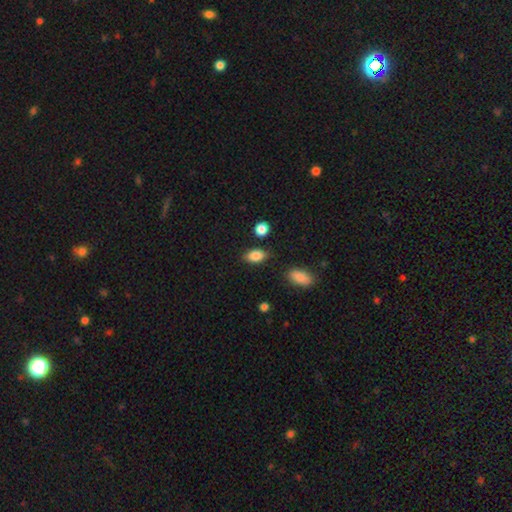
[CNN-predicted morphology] A smooth galaxy with no disk features (86%) that is in between round and cigar-shaped (88%).

Vote fractions:
- Smooth or featured? smooth: 86% / star or artifact: 8% / featured or disk: 6%
- How rounded? in between: 88% / round: 9% / cigar-shaped: 3%
- Merging? none: 81% / minor disturbance: 12% / merger: 4% / major disturbance: 3%